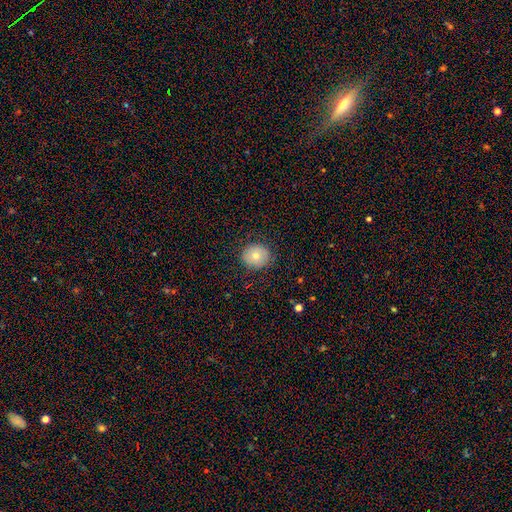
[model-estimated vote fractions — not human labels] Q: Smooth or featured?
A: smooth (72%); runner-up: featured or disk (19%)
Q: How rounded?
A: round (78%); runner-up: in between (21%)
Q: Merging?
A: none (84%); runner-up: minor disturbance (12%)